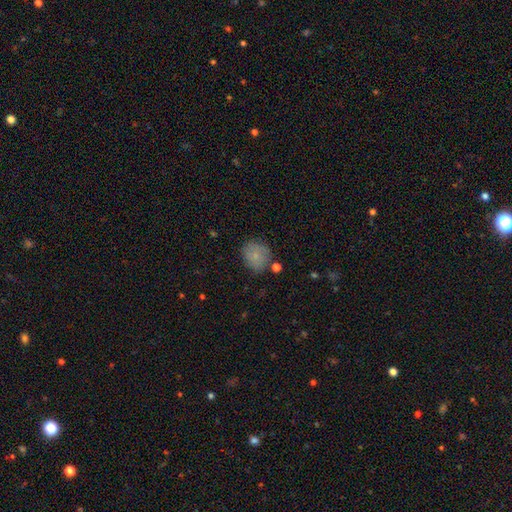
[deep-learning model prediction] Q: Smooth or featured?
A: smooth (76%); runner-up: featured or disk (14%)
Q: How rounded?
A: round (79%); runner-up: in between (20%)
Q: Merging?
A: none (72%); runner-up: minor disturbance (18%)